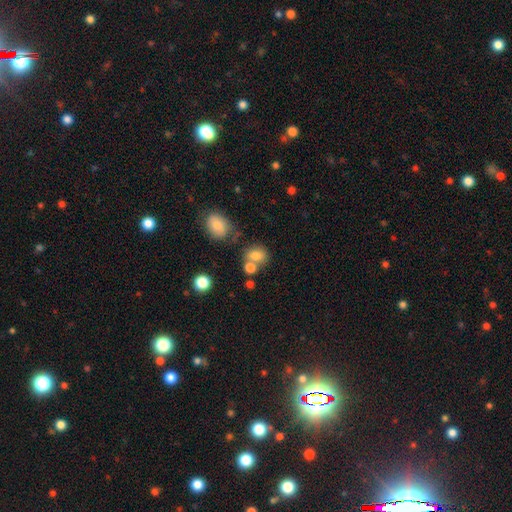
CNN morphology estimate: type=smooth (78%); roundness=round (51%); merging=none (48%).